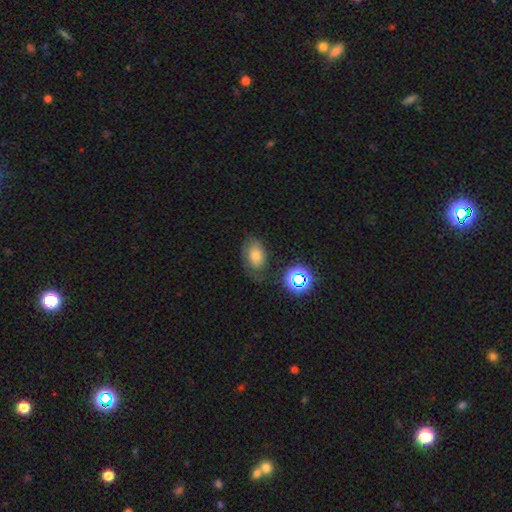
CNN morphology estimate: smooth-or-featured: smooth: 63% | featured or disk: 21% | star or artifact: 16%
  how-rounded: in between: 84% | round: 15% | cigar-shaped: 1%
  merging: none: 61% | minor disturbance: 26% | major disturbance: 11% | merger: 3%